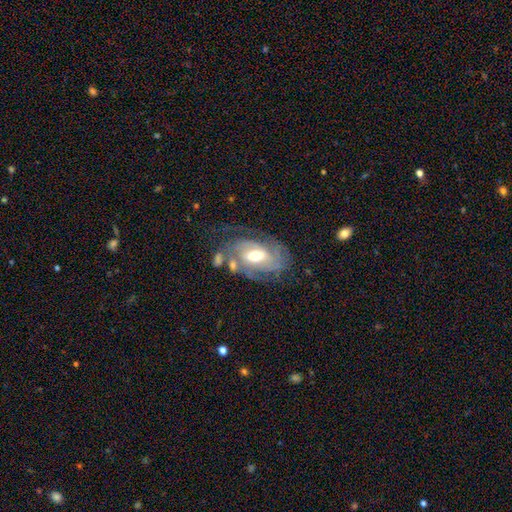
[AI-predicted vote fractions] A featured or disk galaxy (76%) with a weak bar (43%), tight (53%) spiral arms (85%) and a moderate central bulge (67%). Merging: none (49%).